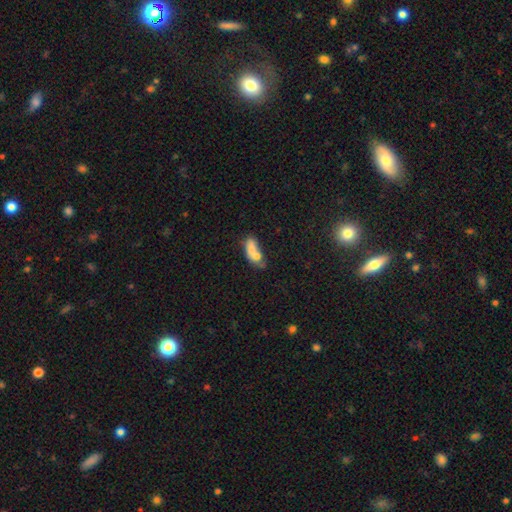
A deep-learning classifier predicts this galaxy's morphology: A smooth galaxy with no disk features (66%) that is in between round and cigar-shaped (79%).

Vote fractions:
- Smooth or featured? smooth: 66% / featured or disk: 24% / star or artifact: 10%
- How rounded? in between: 79% / cigar-shaped: 14% / round: 8%
- Merging? merger: 50% / none: 23% / minor disturbance: 15% / major disturbance: 12%